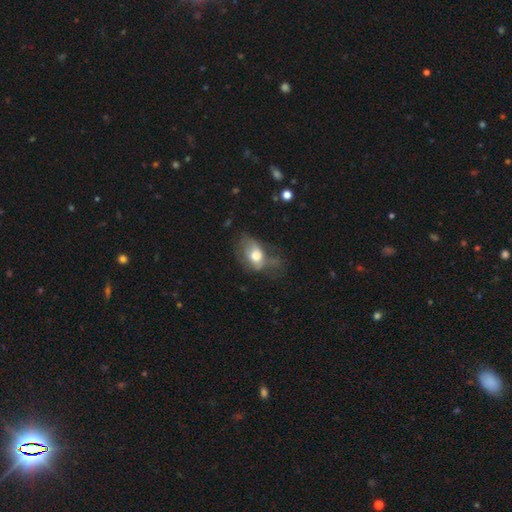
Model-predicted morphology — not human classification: A smooth galaxy with no disk features (55%) that is in between round and cigar-shaped (81%).

Vote fractions:
- Smooth or featured? smooth: 55% / featured or disk: 36% / star or artifact: 9%
- How rounded? in between: 81% / round: 16% / cigar-shaped: 3%
- Merging? major disturbance: 45% / none: 26% / minor disturbance: 25% / merger: 4%